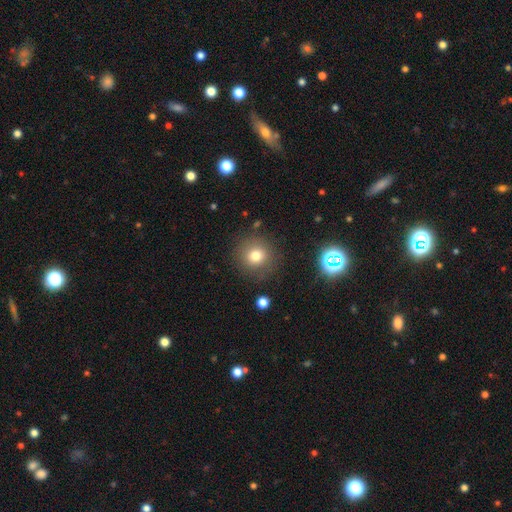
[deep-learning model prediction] Smooth or featured? smooth (77%)
How rounded? round (91%)
Merging? none (85%)